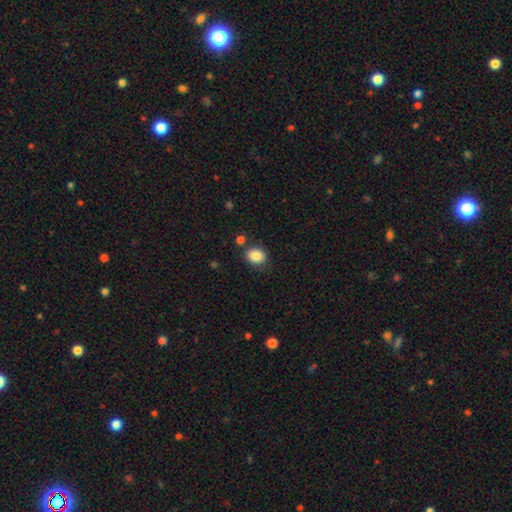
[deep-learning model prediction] This is clearly a smooth galaxy (85%). How rounded: possibly round (55%). Merging: likely none (77%).